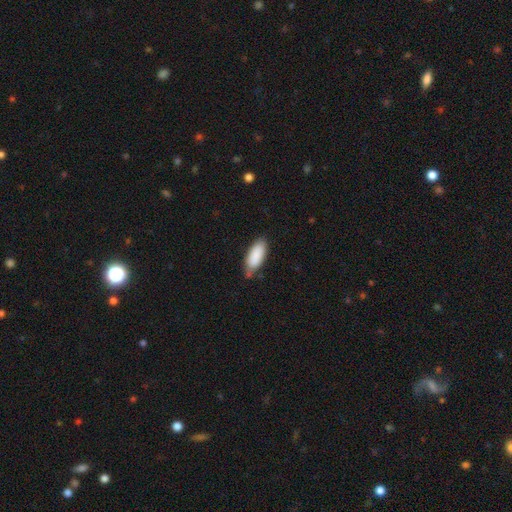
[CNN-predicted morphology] A smooth galaxy with no disk features (88%) that is in between round and cigar-shaped (84%).

Vote fractions:
- Smooth or featured? smooth: 88% / featured or disk: 7% / star or artifact: 6%
- How rounded? in between: 84% / cigar-shaped: 15% / round: 2%
- Merging? none: 69% / minor disturbance: 24% / major disturbance: 4% / merger: 4%